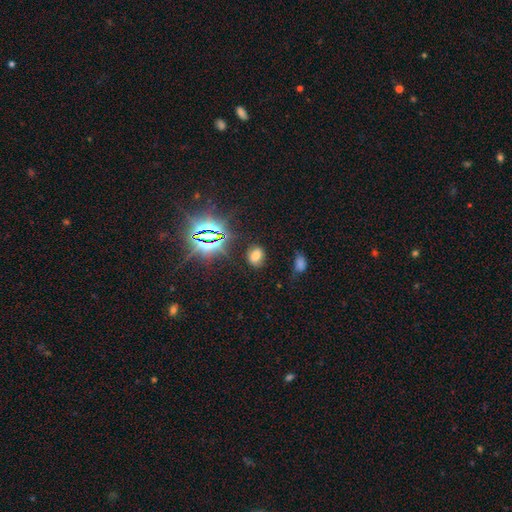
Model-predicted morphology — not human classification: This appears to be a smooth galaxy with no disk features (61%) that is in between round and cigar-shaped (62%). Merging: none (81%).